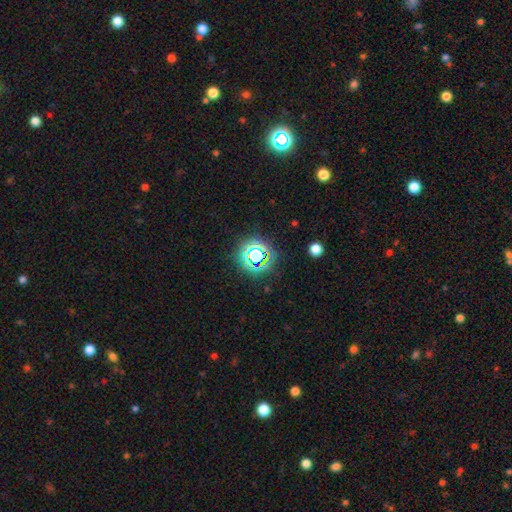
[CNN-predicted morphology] smooth_or_featured: star or artifact (p=0.64) [alt: smooth p=0.29]